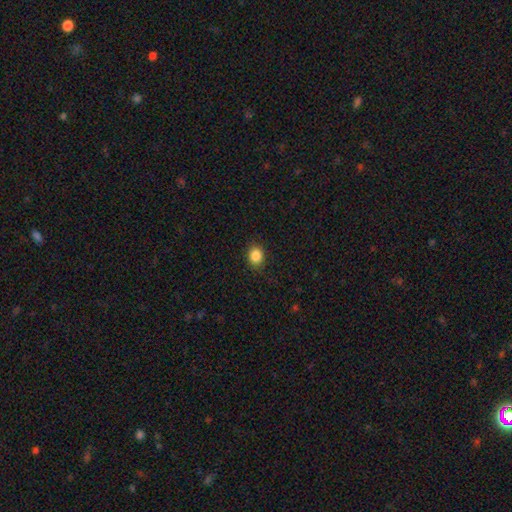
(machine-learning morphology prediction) This is clearly a smooth galaxy (86%). How rounded: likely round (63%). Merging: clearly none (88%).